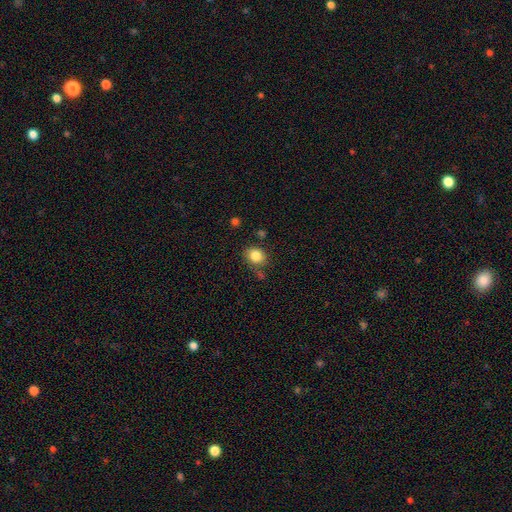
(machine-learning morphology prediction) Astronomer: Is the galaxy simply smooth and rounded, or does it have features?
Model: smooth — 84%.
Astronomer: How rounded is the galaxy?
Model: round — 61% (runner-up: in between, 38%).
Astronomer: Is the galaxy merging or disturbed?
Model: none — 71%.